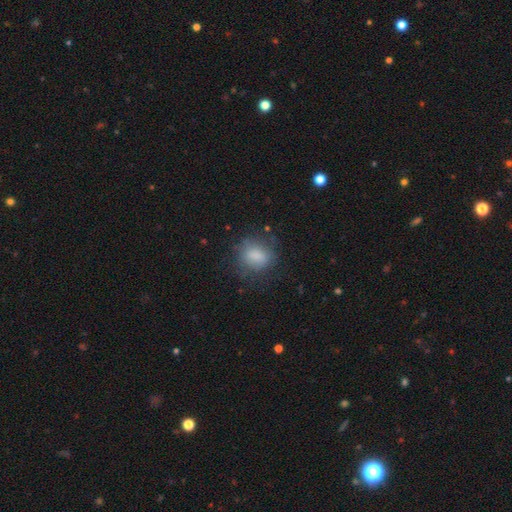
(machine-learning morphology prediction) type=smooth (80%); roundness=round (59%); merging=none (67%).